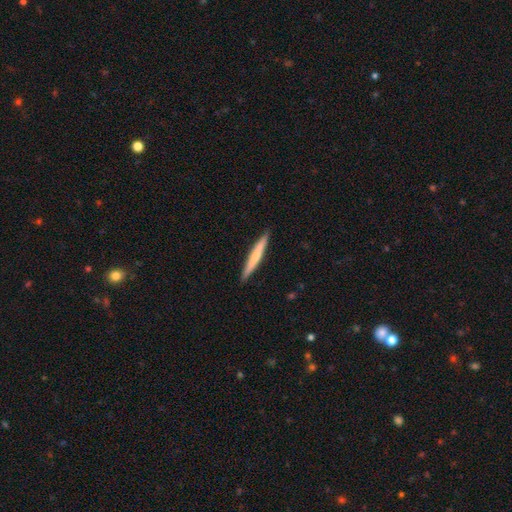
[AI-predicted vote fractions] Morphology: type=smooth (61%); roundness=cigar-shaped (96%); merging=none (91%).